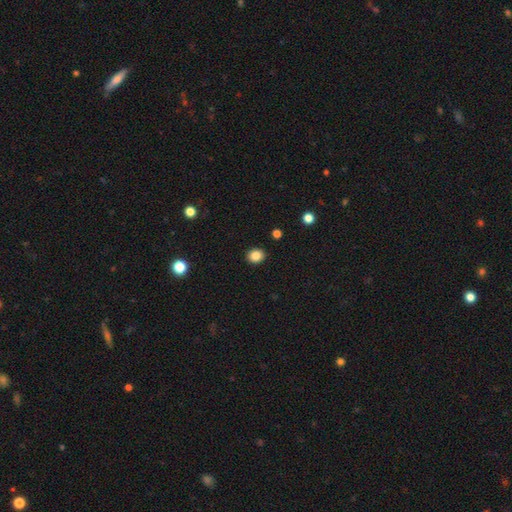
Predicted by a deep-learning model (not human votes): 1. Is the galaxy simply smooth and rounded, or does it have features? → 85% smooth, 10% star or artifact, 4% featured or disk.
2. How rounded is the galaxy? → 66% round, 33% in between, 1% cigar-shaped.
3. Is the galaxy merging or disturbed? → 91% none, 6% minor disturbance, 2% major disturbance, 1% merger.